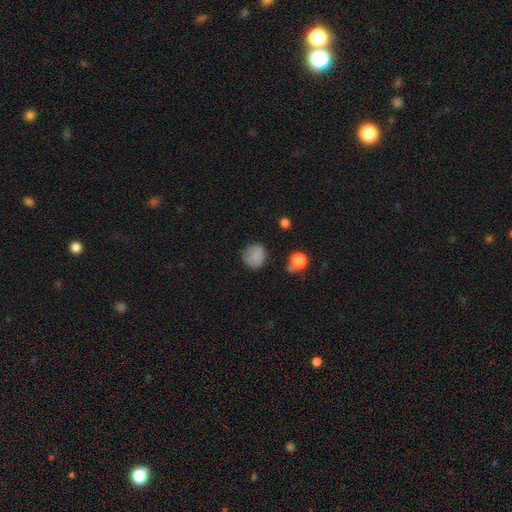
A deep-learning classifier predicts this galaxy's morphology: This appears to be a smooth galaxy with no disk features (83%) that is round (82%). Merging: none (73%).